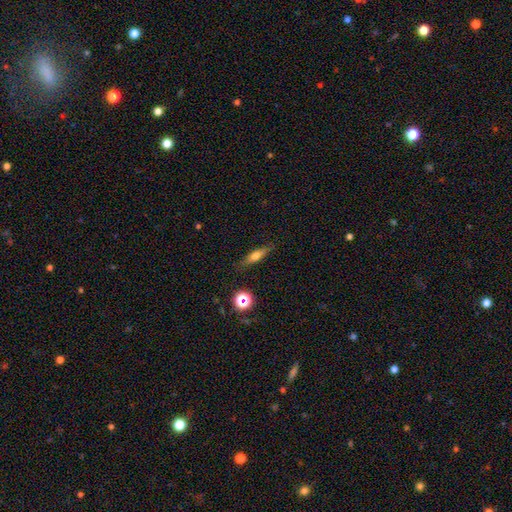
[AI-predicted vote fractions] Smooth or featured: smooth — 54% (featured or disk — 36%)
How rounded: cigar-shaped — 67% (in between — 28%)
Merging: none — 84% (minor disturbance — 12%)